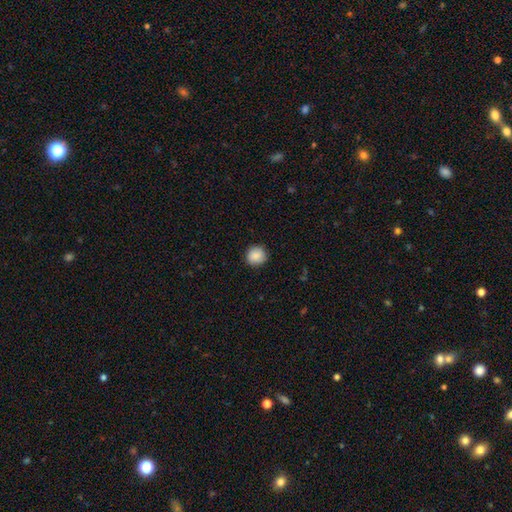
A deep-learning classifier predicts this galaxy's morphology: smooth 88%, star or artifact 8%, featured or disk 4%. Down the decision tree: how rounded — round (92%); merging — none (90%).